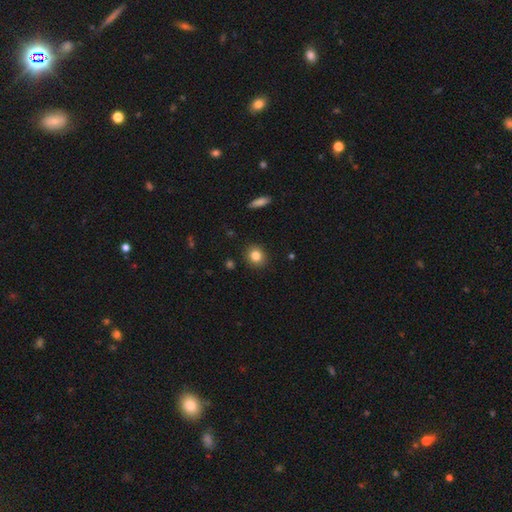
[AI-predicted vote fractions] This appears to be a smooth galaxy with no disk features (83%) that is round (79%). Merging: none (90%).